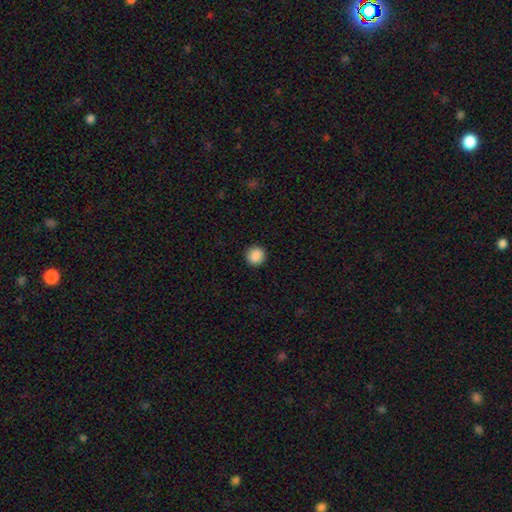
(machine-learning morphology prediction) Smooth or featured? smooth (89%)
How rounded? round (94%)
Merging? none (92%)